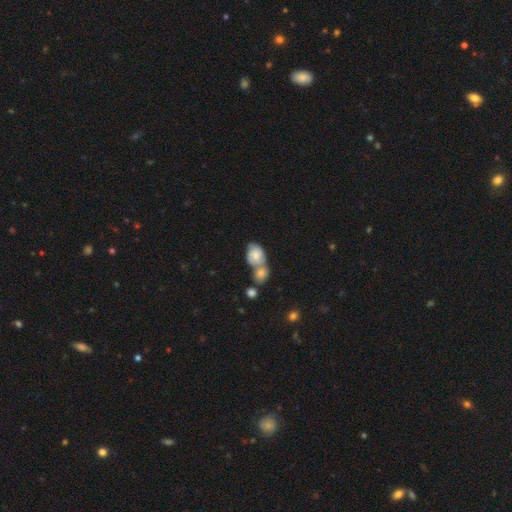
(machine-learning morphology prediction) Q: Smooth or featured?
A: smooth (56%); runner-up: featured or disk (36%)
Q: How rounded?
A: in between (63%); runner-up: round (35%)
Q: Merging?
A: merger (63%); runner-up: none (22%)